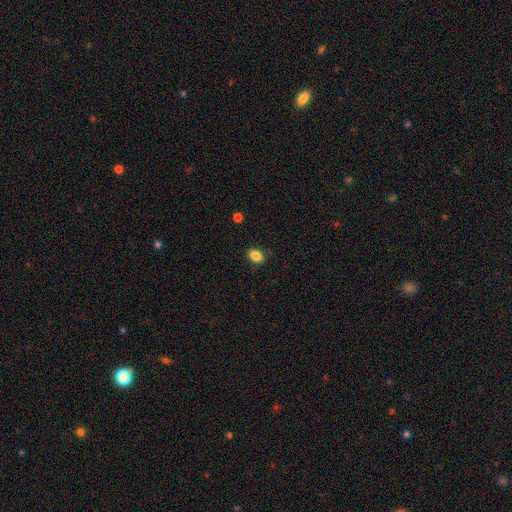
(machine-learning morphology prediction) Overall: smooth (87%). How rounded: in between (75%). Merging: none (85%).